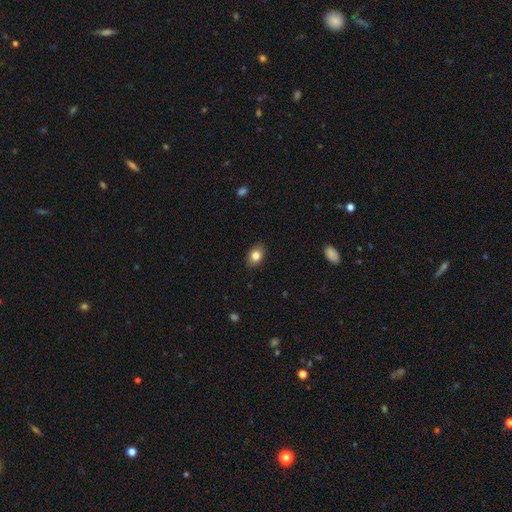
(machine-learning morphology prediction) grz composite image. It shows a smooth galaxy with no disk features (83%) that is in between round and cigar-shaped (74%). Merging: none (88%).